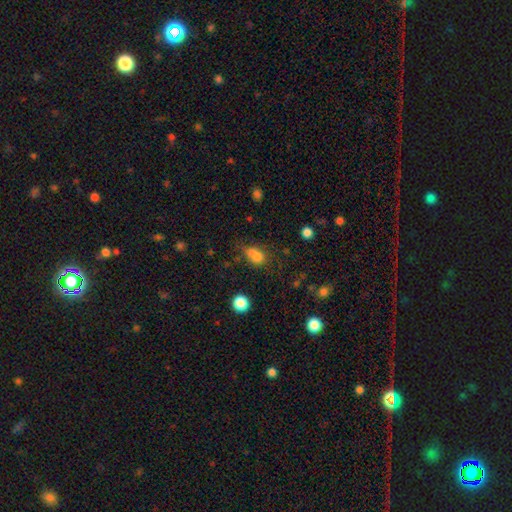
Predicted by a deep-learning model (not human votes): smooth-or-featured: smooth: 74% | star or artifact: 15% | featured or disk: 11%
  how-rounded: in between: 65% | round: 31% | cigar-shaped: 4%
  merging: none: 38% | merger: 25% | minor disturbance: 23% | major disturbance: 14%